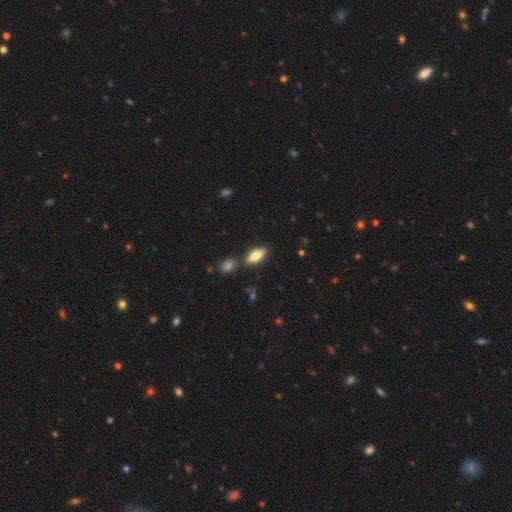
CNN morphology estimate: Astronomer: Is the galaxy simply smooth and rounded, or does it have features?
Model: smooth — 73%.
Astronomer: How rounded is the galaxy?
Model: in between — 78%.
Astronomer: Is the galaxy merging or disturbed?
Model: none — 79%.